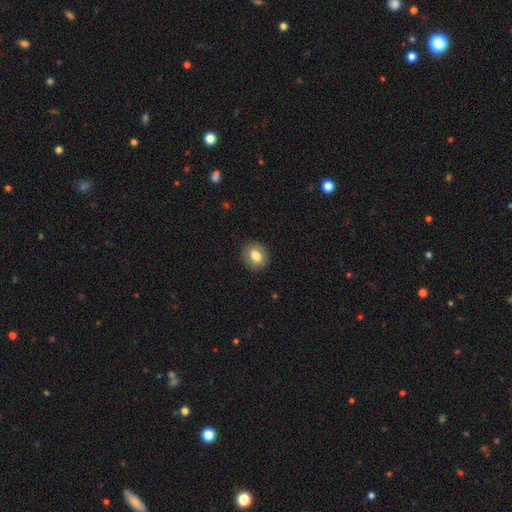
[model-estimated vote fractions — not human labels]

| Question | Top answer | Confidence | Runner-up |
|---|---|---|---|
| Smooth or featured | smooth | 78% | featured or disk (14%) |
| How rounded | round | 60% | in between (39%) |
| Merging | none | 89% | minor disturbance (8%) |